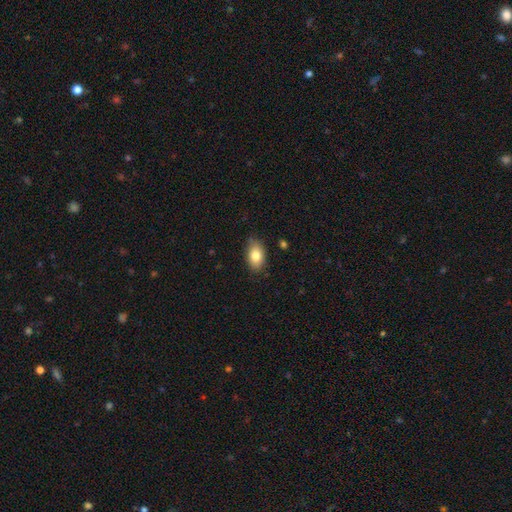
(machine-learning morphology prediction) smooth 81%, featured or disk 11%, star or artifact 8%. Down the decision tree: how rounded — in between (91%); merging — none (82%).